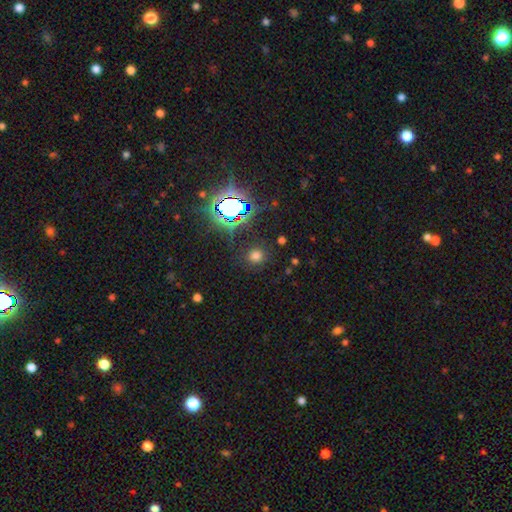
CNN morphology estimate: This appears to be a smooth galaxy with no disk features (66%) that is round (89%). Merging: none (87%).